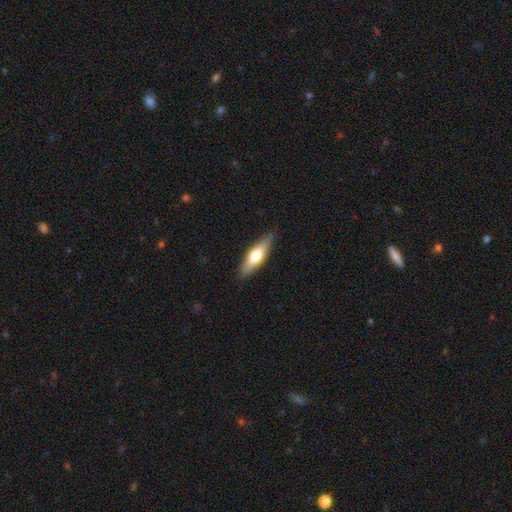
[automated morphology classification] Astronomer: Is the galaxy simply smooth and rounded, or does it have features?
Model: smooth — 55% (runner-up: featured or disk, 39%).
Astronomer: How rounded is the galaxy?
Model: cigar-shaped — 58% (runner-up: in between, 40%).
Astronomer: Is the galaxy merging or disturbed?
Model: none — 86%.